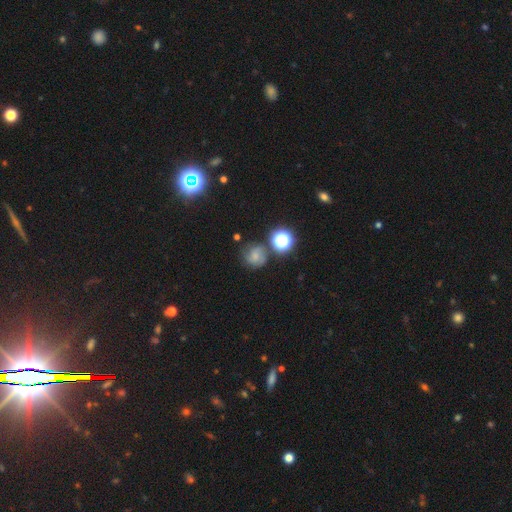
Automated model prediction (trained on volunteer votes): Overall: featured or disk (43%; smooth 38%). Merging: none (66%).